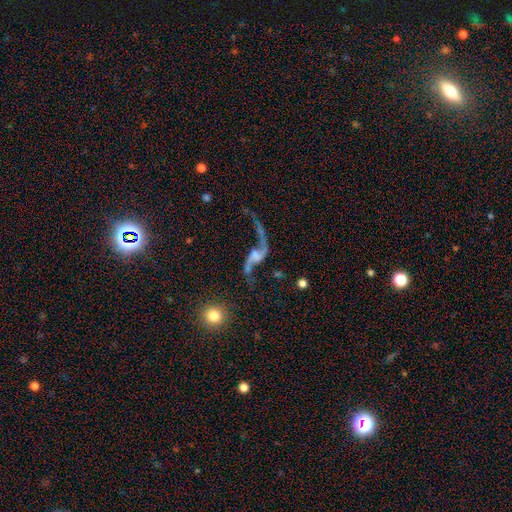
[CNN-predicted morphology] Smooth or featured? Predicted: featured or disk (p=0.87). Edge-on disk? Predicted: no (p=0.95). Bar? Predicted: no (p=0.47). Spiral arms? Predicted: yes (p=0.95). Spiral winding? Predicted: loose (p=0.94). Spiral arm count? Predicted: 2 (p=0.91). Bulge size? Predicted: small (p=0.33). Merging? Predicted: none (p=0.53).